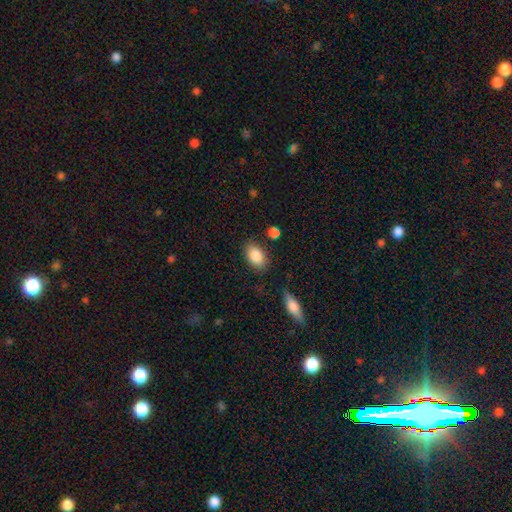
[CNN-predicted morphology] This is clearly a smooth galaxy (87%). How rounded: clearly in between (85%). Merging: clearly none (82%).